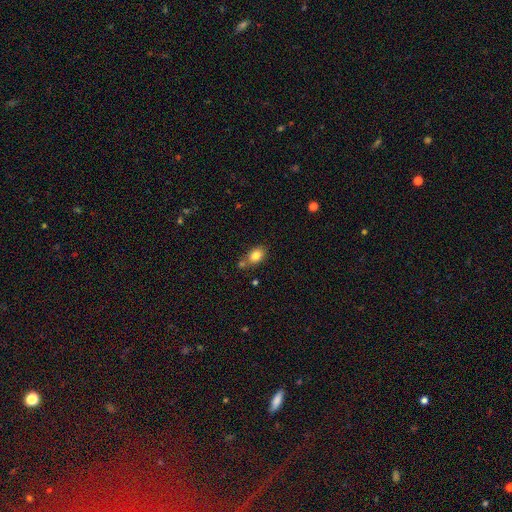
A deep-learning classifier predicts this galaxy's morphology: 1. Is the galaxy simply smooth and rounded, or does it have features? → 82% smooth, 9% star or artifact, 9% featured or disk.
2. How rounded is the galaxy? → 77% in between, 22% round, 2% cigar-shaped.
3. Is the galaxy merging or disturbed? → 64% none, 18% merger, 14% minor disturbance, 4% major disturbance.